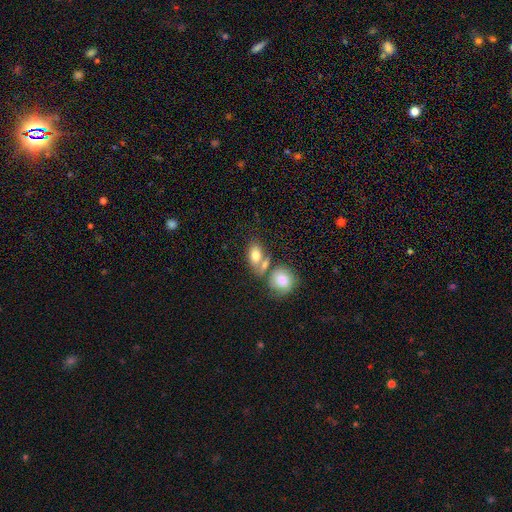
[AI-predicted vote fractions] Overall: smooth (76%). How rounded: in between (79%). Merging: merger (44%; none 39%).